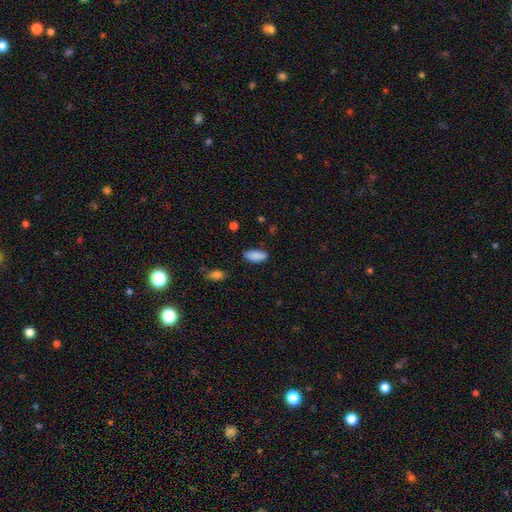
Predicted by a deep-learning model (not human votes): Morphology: type=smooth (89%); roundness=in between (87%); merging=none (82%).